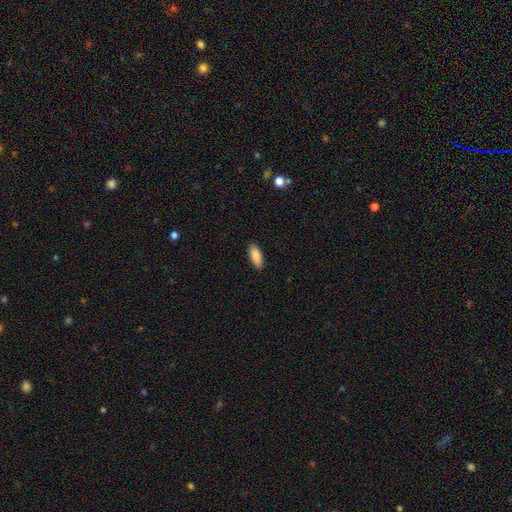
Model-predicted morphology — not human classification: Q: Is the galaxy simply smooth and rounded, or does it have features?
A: smooth — 89%.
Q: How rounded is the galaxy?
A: in between — 78%.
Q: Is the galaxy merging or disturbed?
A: none — 89%.